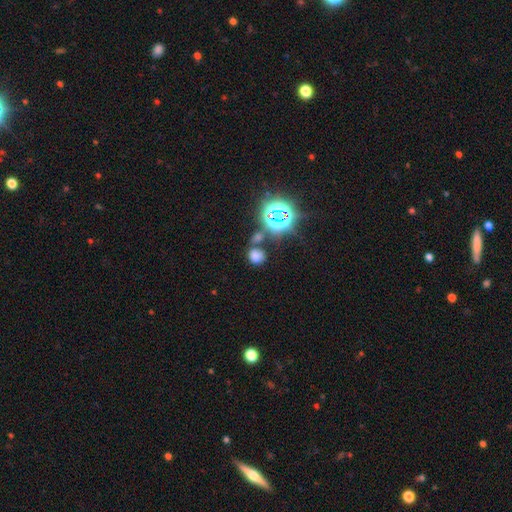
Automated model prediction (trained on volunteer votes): This is likely a smooth galaxy (61%). How rounded: likely round (71%). Merging: likely none (64%).